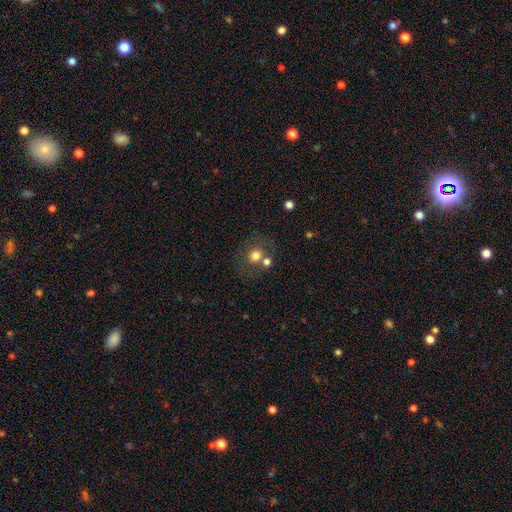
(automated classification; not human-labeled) A smooth galaxy with no disk features (70%) that is round (82%).

Vote fractions:
- Smooth or featured? smooth: 70% / featured or disk: 18% / star or artifact: 12%
- How rounded? round: 82% / in between: 17% / cigar-shaped: 1%
- Merging? none: 61% / merger: 23% / minor disturbance: 11% / major disturbance: 6%